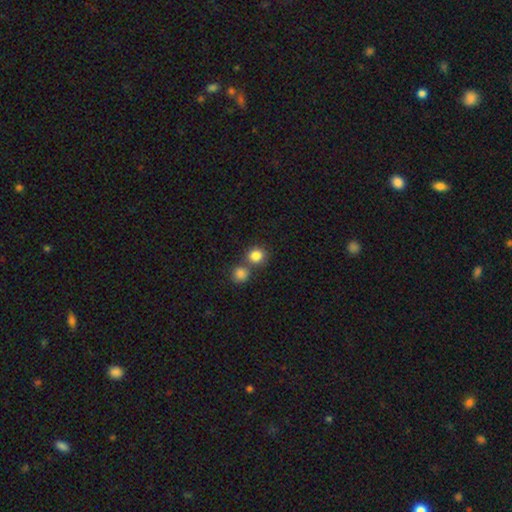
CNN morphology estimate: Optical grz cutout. It shows a smooth galaxy with no disk features (84%) that is round (86%). Merging: none (57%).